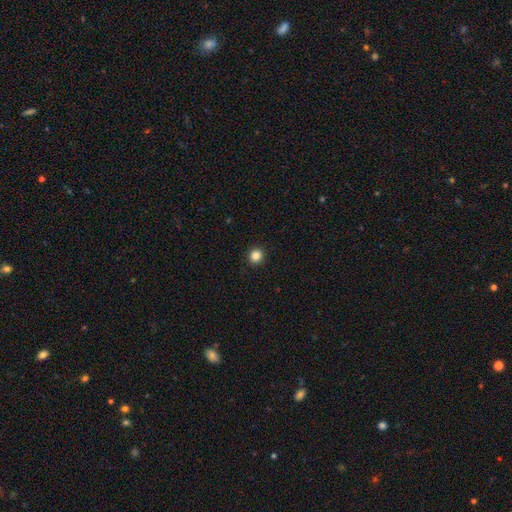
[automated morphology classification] Smooth or featured?
  - smooth: 86% *
  - star or artifact: 11%
  - featured or disk: 3%
How rounded?
  - round: 89% *
  - in between: 10%
  - cigar-shaped: 1%
Merging?
  - none: 93% *
  - minor disturbance: 5%
  - major disturbance: 2%
  - merger: 1%